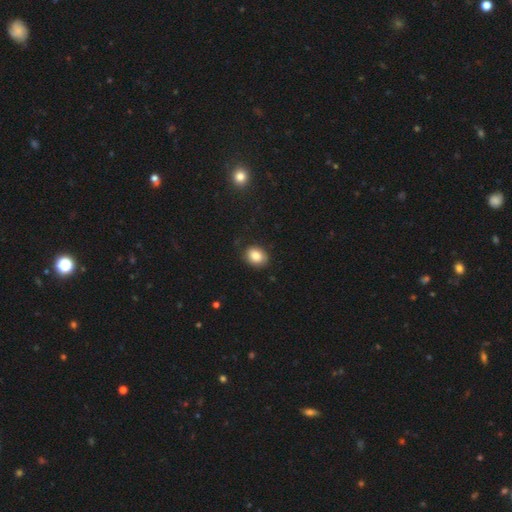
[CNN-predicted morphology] smooth 84%, star or artifact 9%, featured or disk 7%. Down the decision tree: how rounded — in between (56%); merging — none (81%).